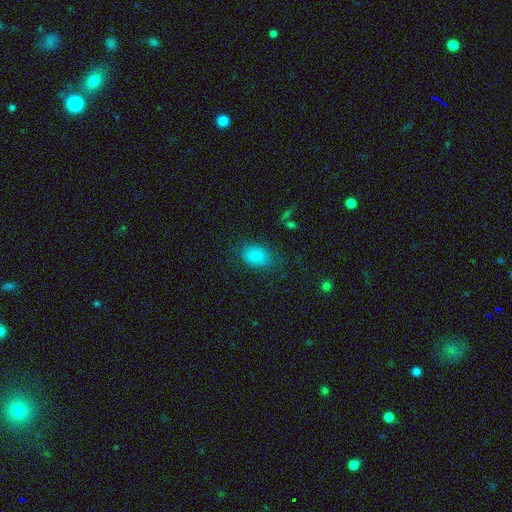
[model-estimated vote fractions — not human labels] Smooth or featured?
  - smooth: 81% *
  - star or artifact: 10%
  - featured or disk: 9%
How rounded?
  - in between: 82% *
  - round: 17%
  - cigar-shaped: 1%
Merging?
  - none: 74% *
  - minor disturbance: 19%
  - major disturbance: 6%
  - merger: 1%